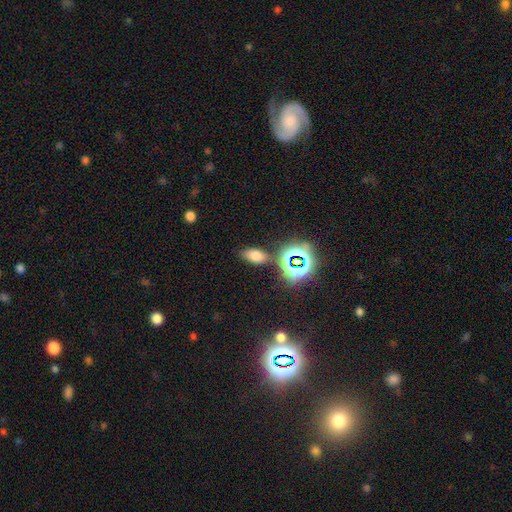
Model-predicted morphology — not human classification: A smooth galaxy with no disk features (66%) that is in between round and cigar-shaped (87%).

Vote fractions:
- Smooth or featured? smooth: 66% / star or artifact: 26% / featured or disk: 8%
- How rounded? in between: 87% / round: 10% / cigar-shaped: 4%
- Merging? none: 77% / minor disturbance: 11% / merger: 8% / major disturbance: 4%